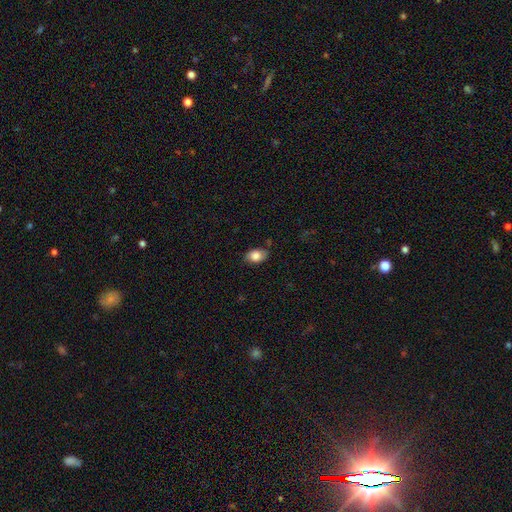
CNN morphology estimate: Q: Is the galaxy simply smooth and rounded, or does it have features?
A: smooth — 82%.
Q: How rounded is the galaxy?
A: in between — 85%.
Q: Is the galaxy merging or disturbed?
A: none — 78%.